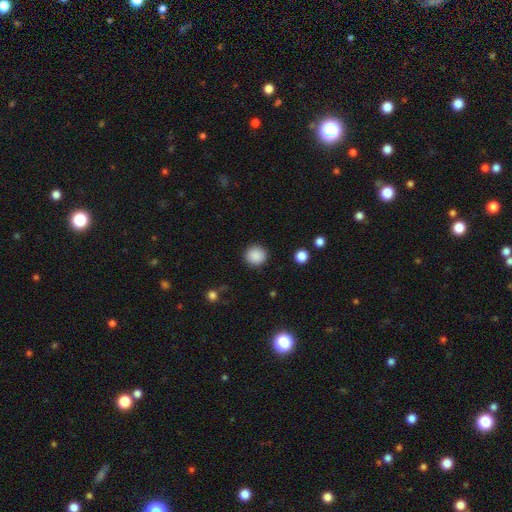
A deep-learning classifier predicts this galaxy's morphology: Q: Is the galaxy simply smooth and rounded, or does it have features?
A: smooth — 88%.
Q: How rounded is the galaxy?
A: round — 92%.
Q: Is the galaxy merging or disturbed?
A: none — 91%.